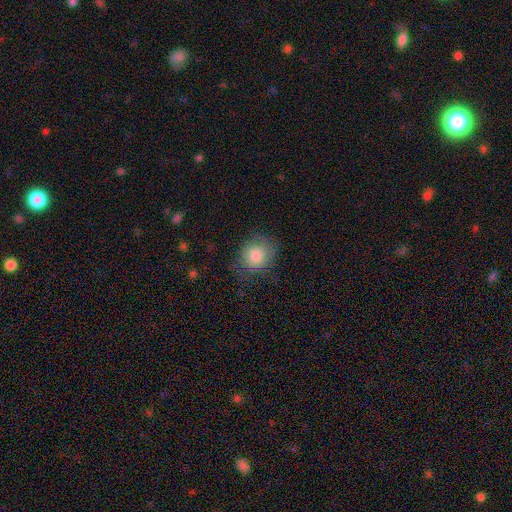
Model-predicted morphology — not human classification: type=smooth (81%); roundness=round (72%); merging=none (68%).